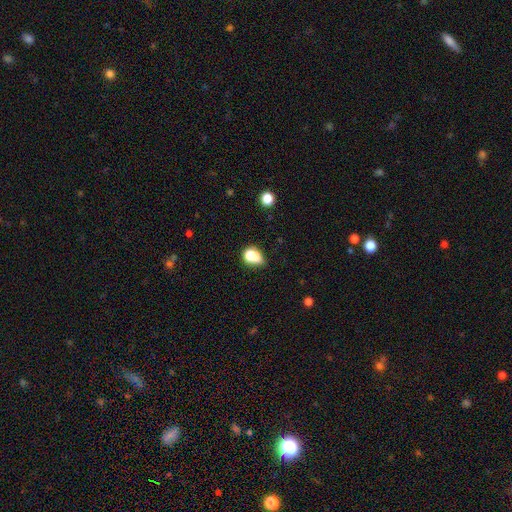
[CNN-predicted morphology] type=smooth (70%); roundness=round (51%); merging=merger (40%).